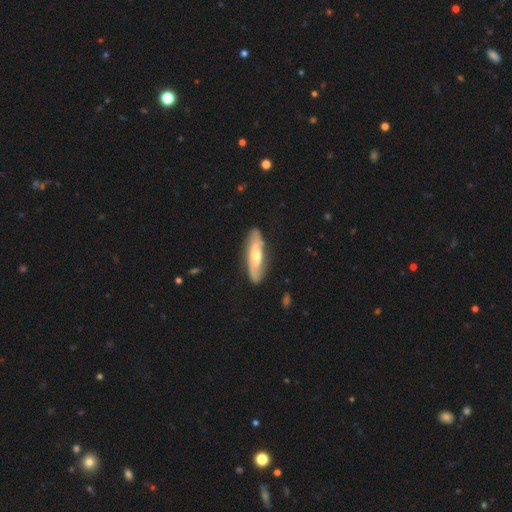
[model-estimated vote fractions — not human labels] The model was most divided on "edge-on disk": no: 56%, yes: 44%. More confident: merging — none (84%); smooth or featured — featured or disk (54%).